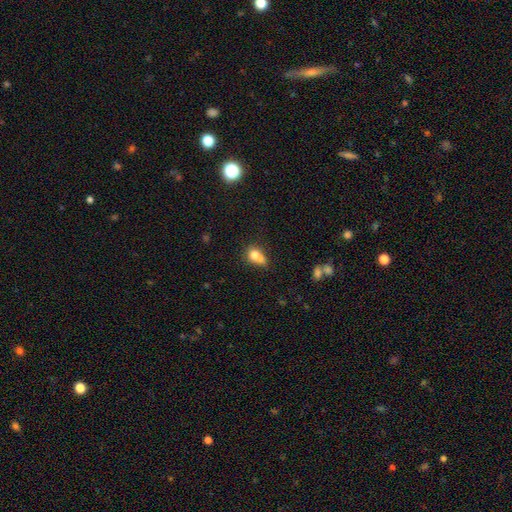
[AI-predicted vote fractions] Smooth or featured? Predicted: smooth (p=0.72). How rounded? Predicted: in between (p=0.59). Merging? Predicted: merger (p=0.44).